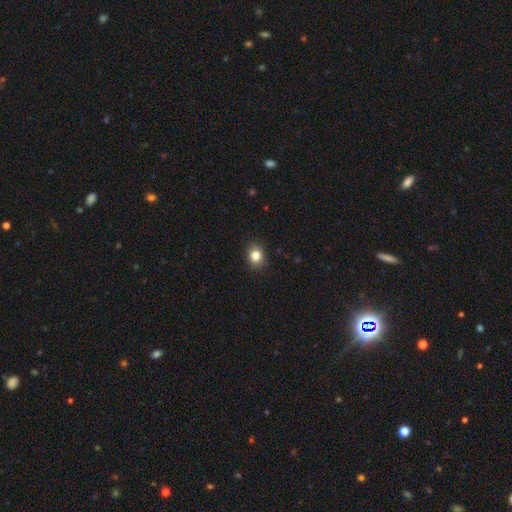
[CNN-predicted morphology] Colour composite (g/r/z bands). It shows a smooth galaxy with no disk features (82%) that is round (59%). Merging: none (89%).